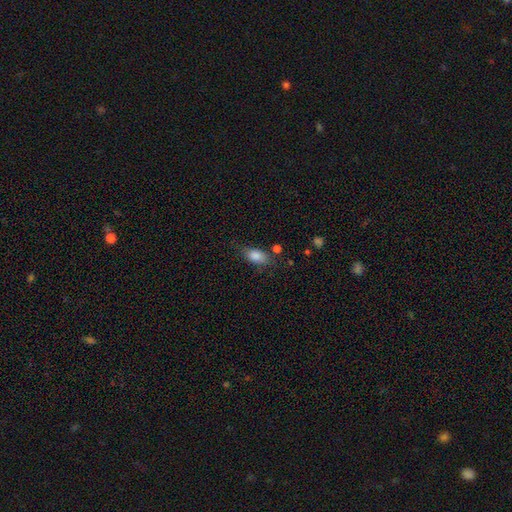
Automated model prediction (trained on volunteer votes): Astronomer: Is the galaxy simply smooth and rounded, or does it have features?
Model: smooth — 85%.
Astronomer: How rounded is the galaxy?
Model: in between — 87%.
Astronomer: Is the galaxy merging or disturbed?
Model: none — 70%.